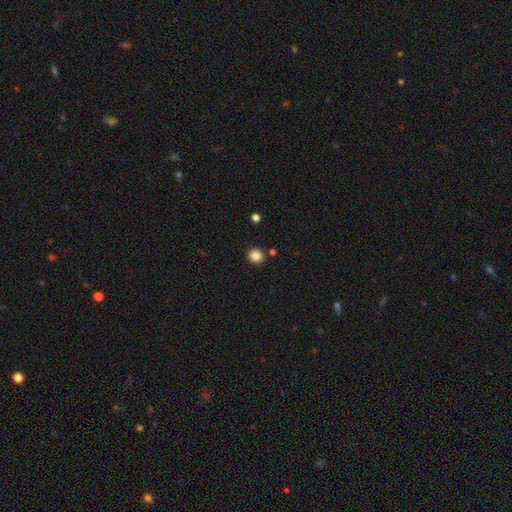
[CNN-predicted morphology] A smooth galaxy with no disk features (85%) that is round (89%).

Vote fractions:
- Smooth or featured? smooth: 85% / star or artifact: 11% / featured or disk: 4%
- How rounded? round: 89% / in between: 10% / cigar-shaped: 1%
- Merging? none: 89% / minor disturbance: 6% / merger: 3% / major disturbance: 2%